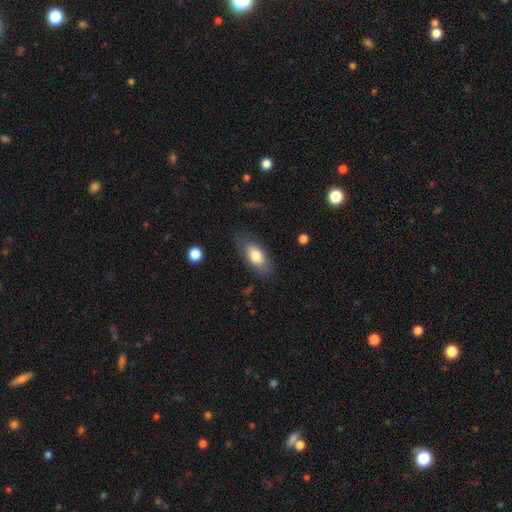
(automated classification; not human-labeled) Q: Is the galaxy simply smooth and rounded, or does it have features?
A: smooth — 77%.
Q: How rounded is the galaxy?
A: in between — 87%.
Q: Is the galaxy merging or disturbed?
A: none — 76%.